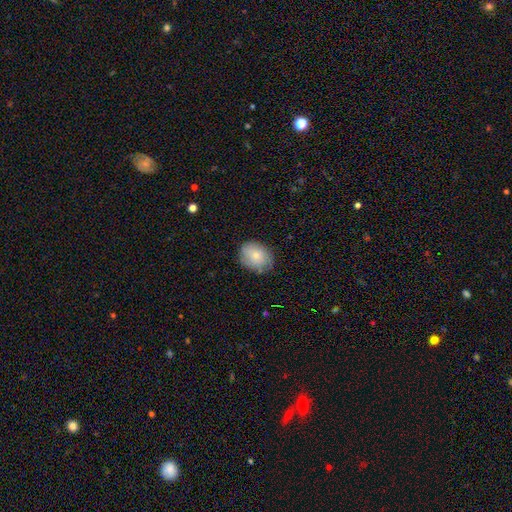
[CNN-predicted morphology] Overall: smooth (71%). How rounded: in between (52%; round 47%). Merging: none (76%).